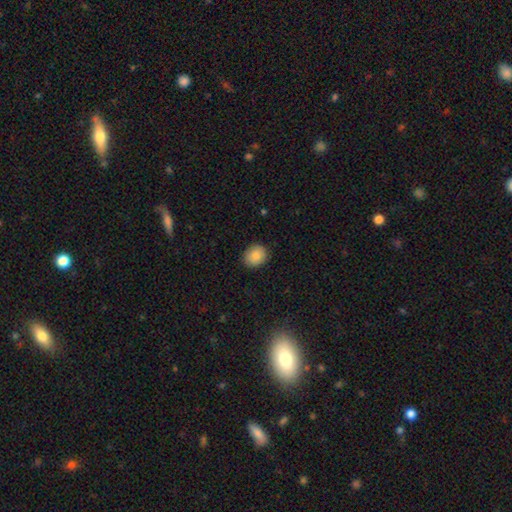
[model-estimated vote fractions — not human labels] This is clearly a smooth galaxy (86%). How rounded: likely round (62%). Merging: clearly none (88%).